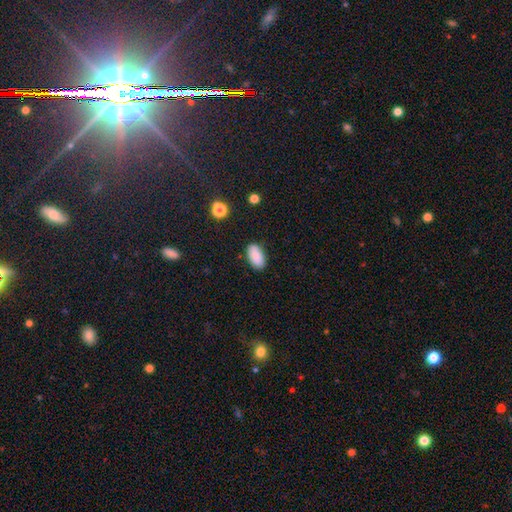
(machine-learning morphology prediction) This appears to be a smooth galaxy with no disk features (88%) that is in between round and cigar-shaped (94%). Merging: none (86%).